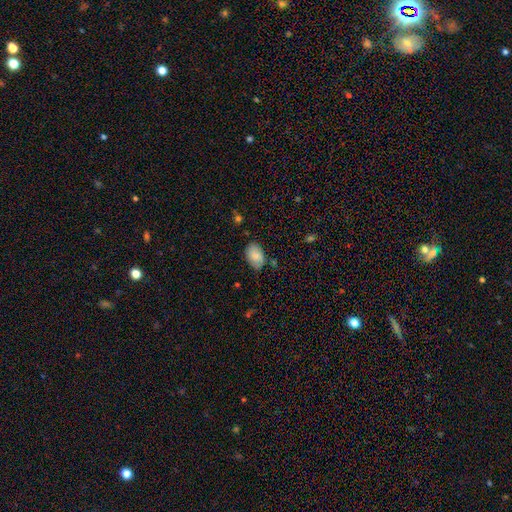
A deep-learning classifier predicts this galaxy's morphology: type=smooth (82%); roundness=in between (90%); merging=none (73%).